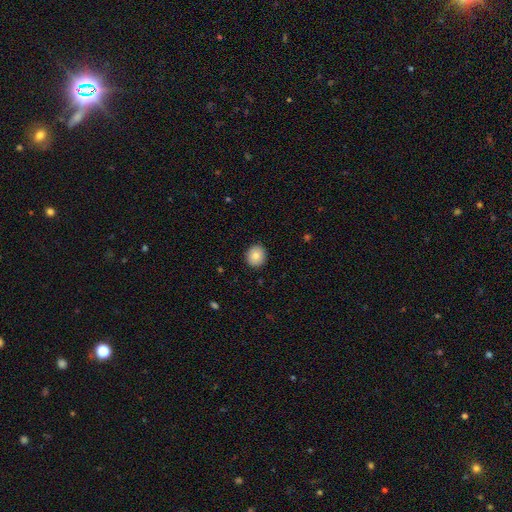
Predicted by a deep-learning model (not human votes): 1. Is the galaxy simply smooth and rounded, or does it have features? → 81% smooth, 10% featured or disk, 8% star or artifact.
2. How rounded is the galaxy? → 84% round, 15% in between, 1% cigar-shaped.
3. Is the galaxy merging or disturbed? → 91% none, 6% minor disturbance, 2% major disturbance, 1% merger.